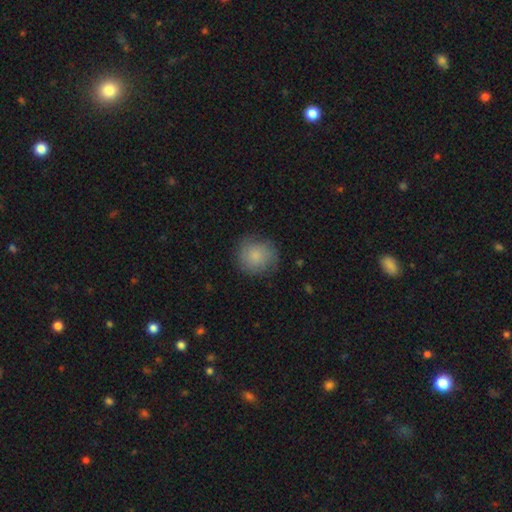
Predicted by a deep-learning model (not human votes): A smooth galaxy with no disk features (80%) that is round (90%).

Vote fractions:
- Smooth or featured? smooth: 80% / featured or disk: 13% / star or artifact: 8%
- How rounded? round: 90% / in between: 9% / cigar-shaped: 1%
- Merging? none: 77% / minor disturbance: 17% / major disturbance: 5% / merger: 1%